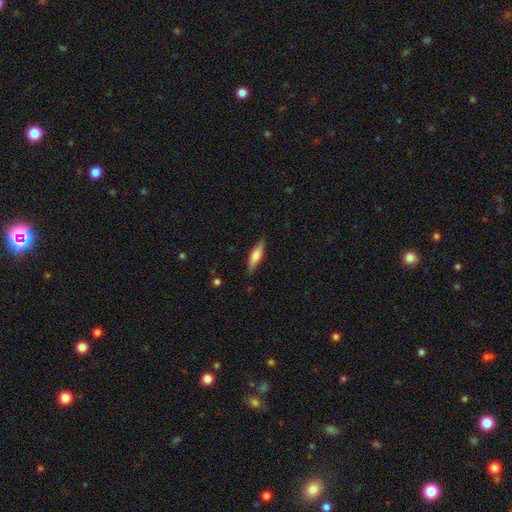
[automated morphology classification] This is likely a smooth galaxy (61%). How rounded: likely cigar-shaped (65%). Merging: clearly none (84%).